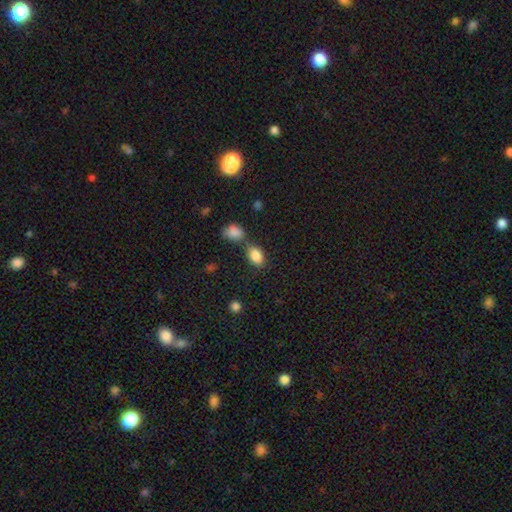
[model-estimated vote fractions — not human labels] This appears to be a smooth galaxy with no disk features (86%) that is in between round and cigar-shaped (88%). Merging: none (61%).